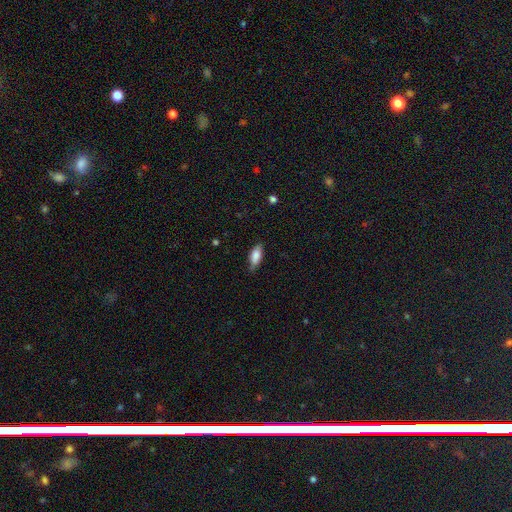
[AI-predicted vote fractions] A smooth galaxy with no disk features (83%) that is in between round and cigar-shaped (81%).

Vote fractions:
- Smooth or featured? smooth: 83% / featured or disk: 10% / star or artifact: 7%
- How rounded? in between: 81% / cigar-shaped: 17% / round: 2%
- Merging? none: 75% / minor disturbance: 20% / major disturbance: 4% / merger: 1%